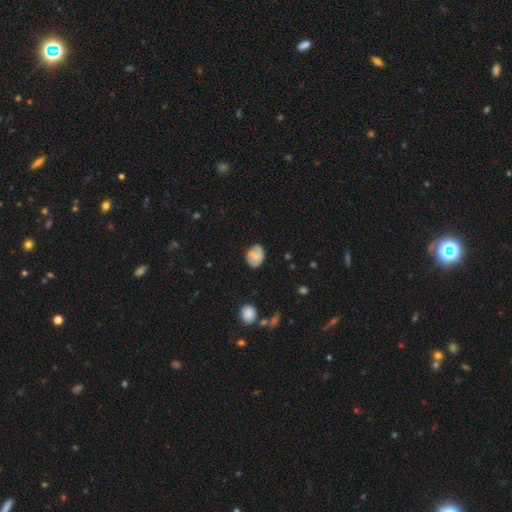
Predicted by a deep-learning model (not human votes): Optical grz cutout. It shows a smooth galaxy with no disk features (67%) that is in between round and cigar-shaped (55%). Merging: none (62%).